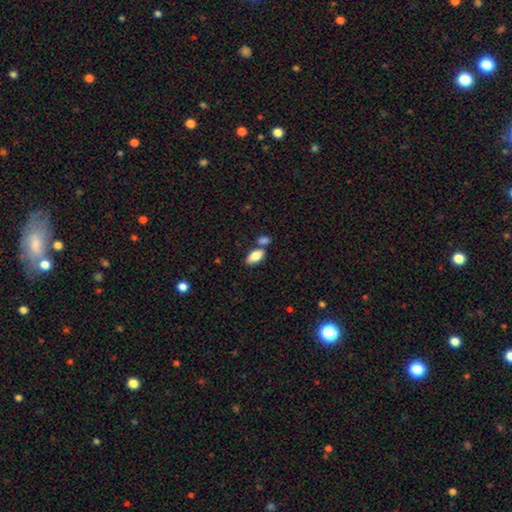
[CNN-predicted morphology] The model was most divided on "merging": none: 61%, merger: 23%, minor disturbance: 13%, major disturbance: 4%. More confident: how rounded — in between (89%); smooth or featured — smooth (81%).